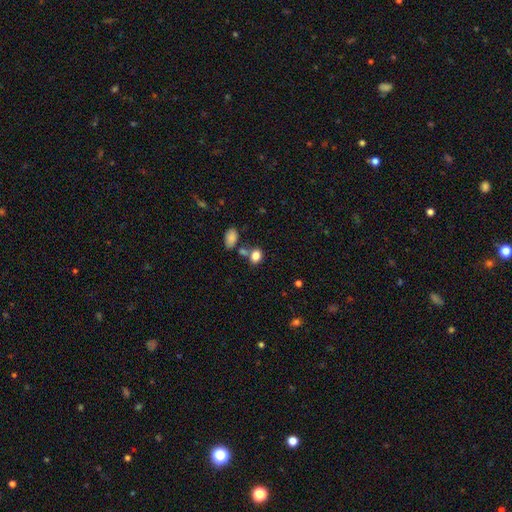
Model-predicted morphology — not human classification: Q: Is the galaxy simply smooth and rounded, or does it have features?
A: smooth — 83%.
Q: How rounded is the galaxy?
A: in between — 64%.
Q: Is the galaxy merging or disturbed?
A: none — 59%.